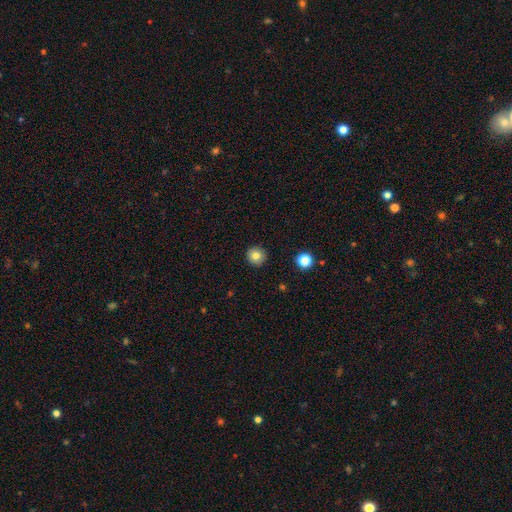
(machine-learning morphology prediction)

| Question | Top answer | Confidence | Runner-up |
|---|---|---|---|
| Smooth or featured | smooth | 82% | star or artifact (10%) |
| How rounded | round | 95% | in between (4%) |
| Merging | none | 92% | minor disturbance (5%) |